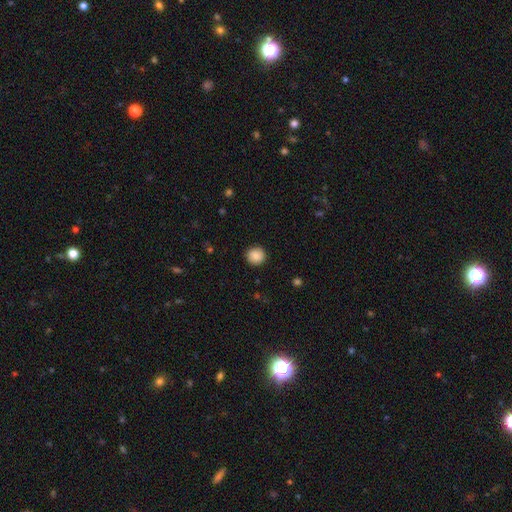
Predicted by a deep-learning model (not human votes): This is clearly a smooth galaxy (88%). How rounded: clearly round (94%). Merging: clearly none (91%).